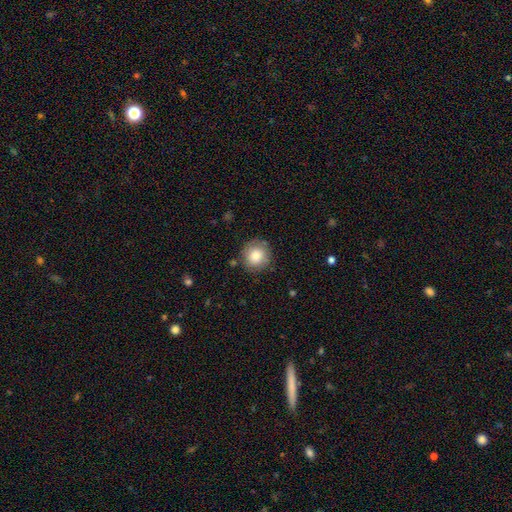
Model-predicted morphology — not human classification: Smooth or featured: smooth — 81% (featured or disk — 11%)
How rounded: round — 92% (in between — 7%)
Merging: none — 82% (minor disturbance — 12%)